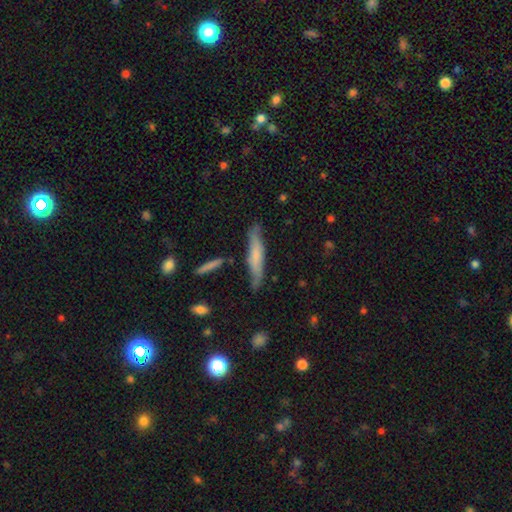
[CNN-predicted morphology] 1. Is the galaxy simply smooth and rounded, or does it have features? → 57% smooth, 37% featured or disk, 6% star or artifact.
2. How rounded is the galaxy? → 86% cigar-shaped, 12% in between, 2% round.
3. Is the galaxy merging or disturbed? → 73% none, 19% minor disturbance, 4% major disturbance, 4% merger.